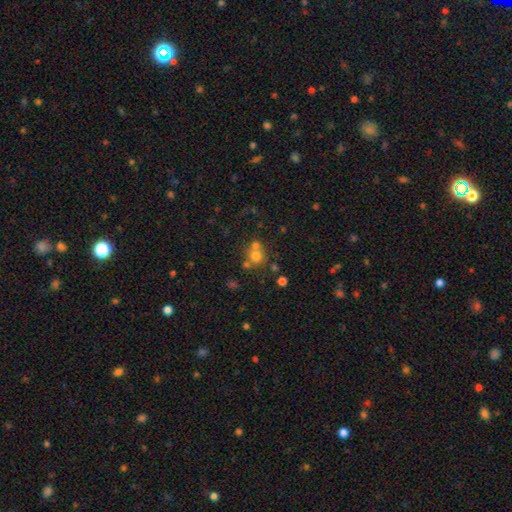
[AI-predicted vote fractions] Smooth or featured? Predicted: smooth (p=0.67). How rounded? Predicted: round (p=0.85). Merging? Predicted: none (p=0.51).